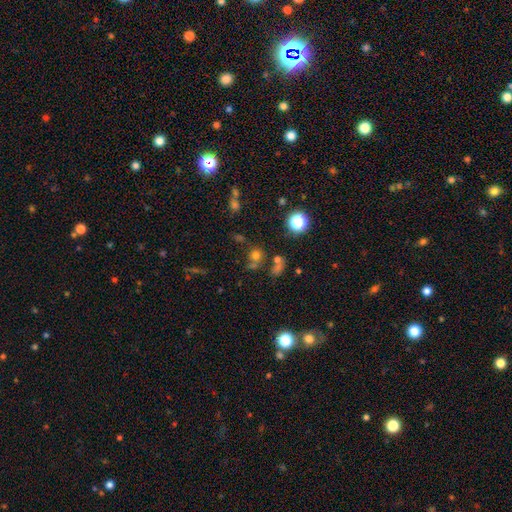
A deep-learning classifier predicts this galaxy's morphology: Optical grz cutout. It shows a smooth galaxy with no disk features (64%) that is round (86%). Merging: none (62%).